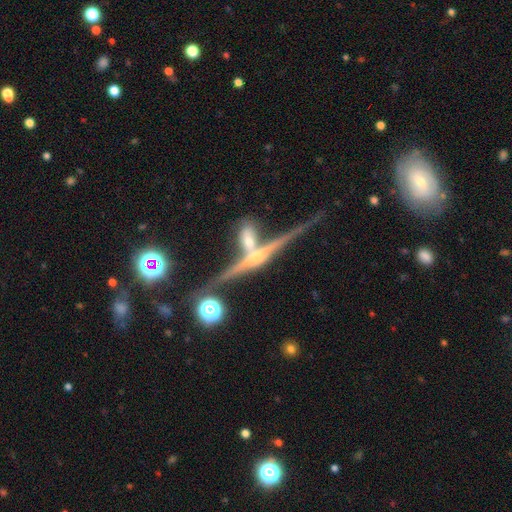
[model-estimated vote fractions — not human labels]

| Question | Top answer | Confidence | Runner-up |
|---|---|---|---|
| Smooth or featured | featured or disk | 80% | smooth (10%) |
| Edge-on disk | yes | 96% | no (4%) |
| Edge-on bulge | rounded | 77% | none (14%) |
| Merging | none | 63% | merger (20%) |